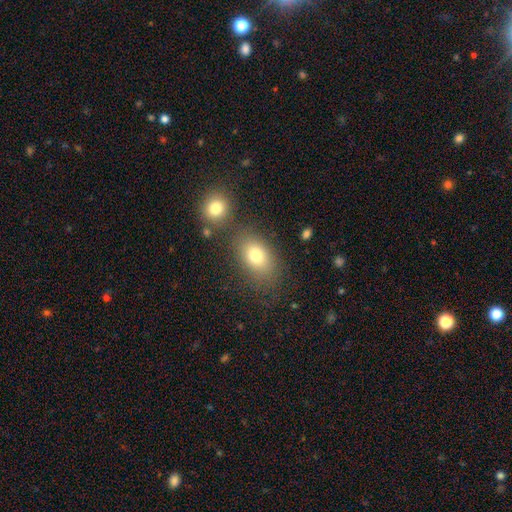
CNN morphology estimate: type=smooth (77%); roundness=in between (80%); merging=none (70%).